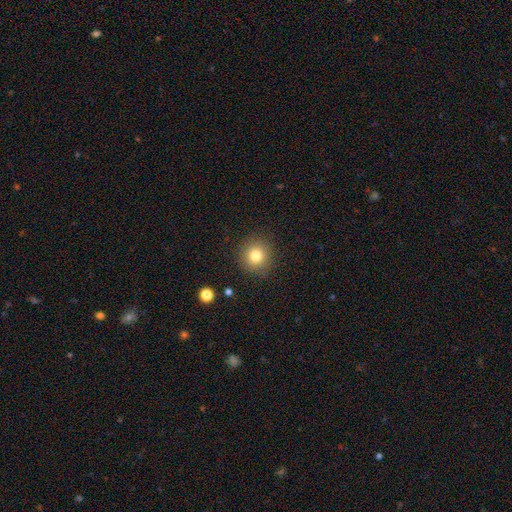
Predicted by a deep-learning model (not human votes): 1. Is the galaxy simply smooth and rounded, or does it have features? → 81% smooth, 12% star or artifact, 8% featured or disk.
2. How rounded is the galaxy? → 92% round, 7% in between, 1% cigar-shaped.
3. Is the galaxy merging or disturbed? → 89% none, 7% minor disturbance, 3% major disturbance, 1% merger.